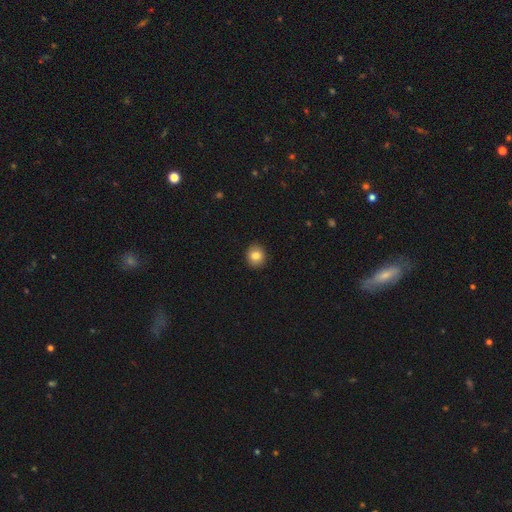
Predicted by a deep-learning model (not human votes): smooth 82%, star or artifact 10%, featured or disk 8%. Down the decision tree: how rounded — round (80%); merging — none (91%).